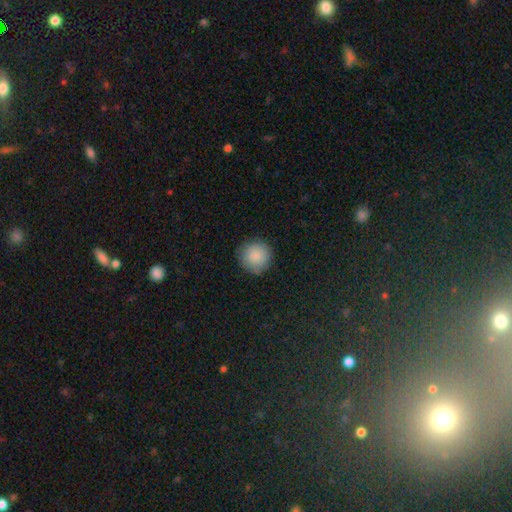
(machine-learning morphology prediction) A smooth galaxy with no disk features (88%) that is round (95%).

Vote fractions:
- Smooth or featured? smooth: 88% / star or artifact: 8% / featured or disk: 4%
- How rounded? round: 95% / in between: 4% / cigar-shaped: 1%
- Merging? none: 86% / minor disturbance: 10% / major disturbance: 2% / merger: 1%